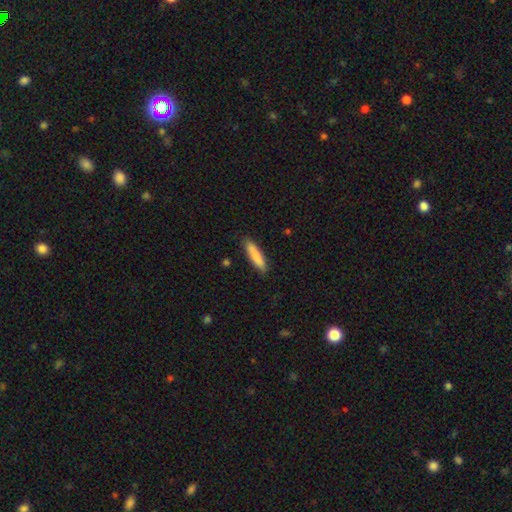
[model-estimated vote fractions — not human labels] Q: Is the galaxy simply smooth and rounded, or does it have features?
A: smooth — 84%.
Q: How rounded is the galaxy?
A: cigar-shaped — 81%.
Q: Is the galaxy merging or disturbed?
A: none — 88%.